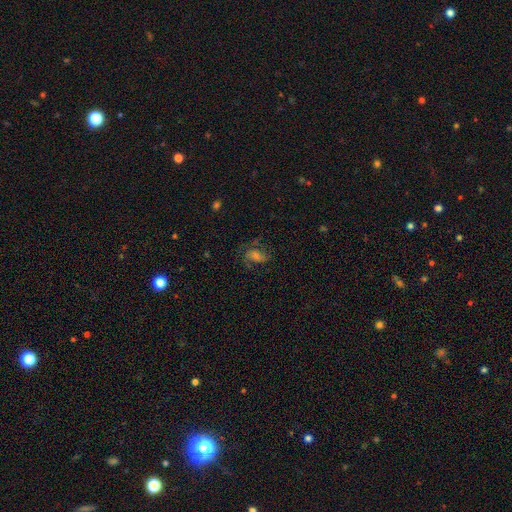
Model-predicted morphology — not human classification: This appears to be a featured or disk galaxy (55%) with no bar (49%), spiral arms (88%) and a small central bulge (41%). Merging: none (62%).